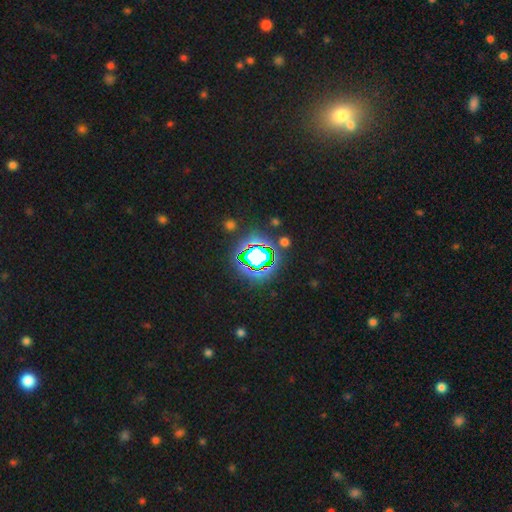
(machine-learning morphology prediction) smooth_or_featured: star or artifact (p=0.82) [alt: smooth p=0.11]